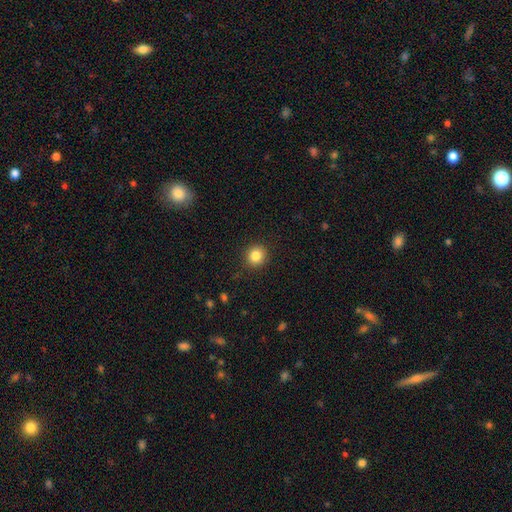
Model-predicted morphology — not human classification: Overall: smooth (84%). How rounded: round (89%). Merging: none (91%).